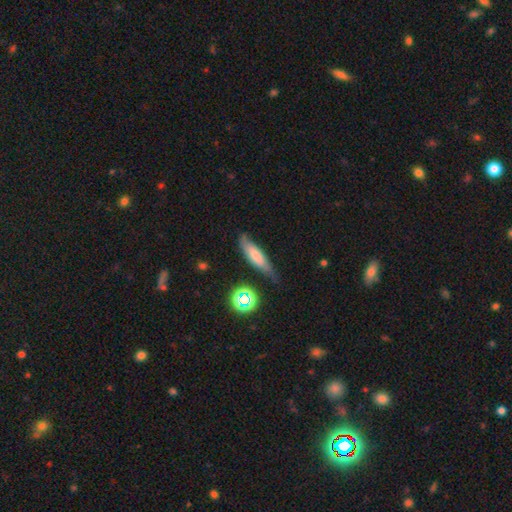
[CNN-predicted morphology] This is likely a smooth galaxy (63%). How rounded: likely cigar-shaped (61%). Merging: likely none (60%).